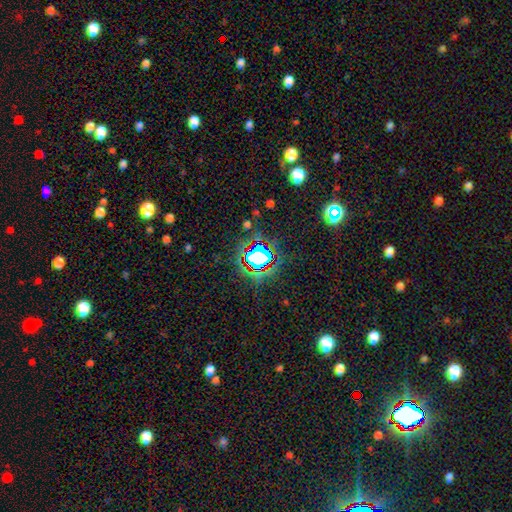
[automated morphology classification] A star or artifact, not a galaxy (73%).